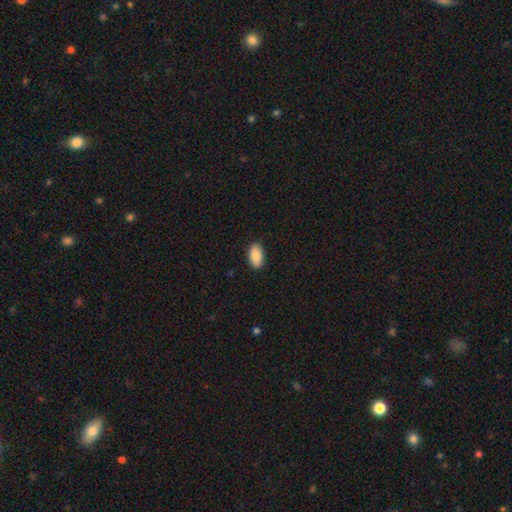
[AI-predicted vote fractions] This appears to be a smooth galaxy with no disk features (89%) that is in between round and cigar-shaped (94%). Merging: none (89%).